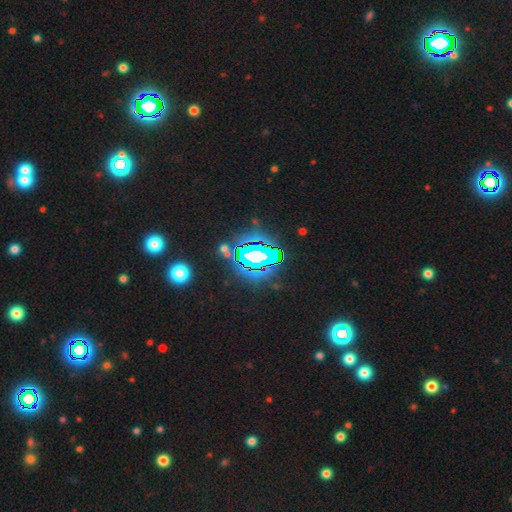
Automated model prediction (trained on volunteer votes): Smooth or featured? Predicted: star or artifact (p=0.66).